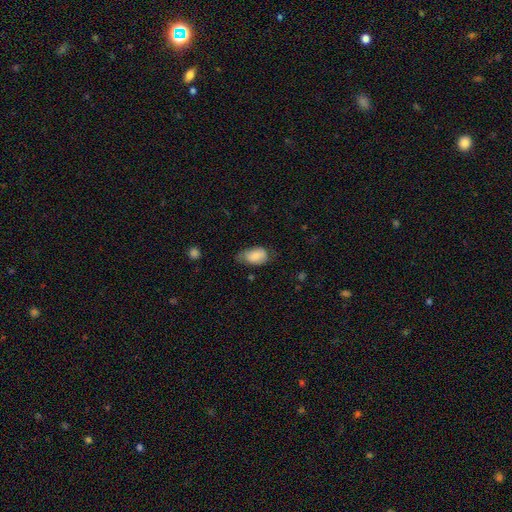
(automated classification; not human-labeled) This is clearly a smooth galaxy (81%). How rounded: clearly in between (91%). Merging: possibly none (49%).